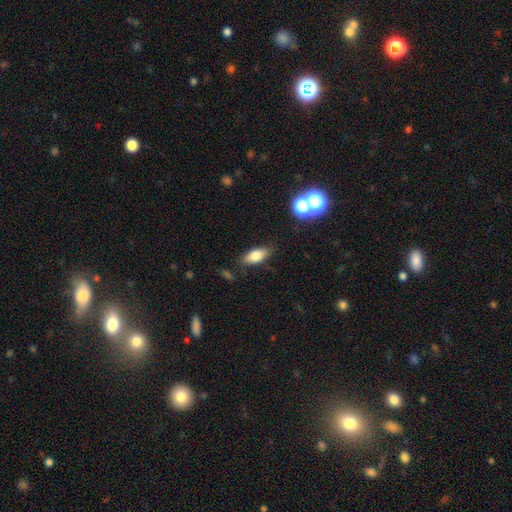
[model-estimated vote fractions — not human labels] A smooth galaxy with no disk features (76%) that is in between round and cigar-shaped (82%).

Vote fractions:
- Smooth or featured? smooth: 76% / featured or disk: 15% / star or artifact: 9%
- How rounded? in between: 82% / cigar-shaped: 13% / round: 4%
- Merging? none: 77% / minor disturbance: 16% / major disturbance: 4% / merger: 2%